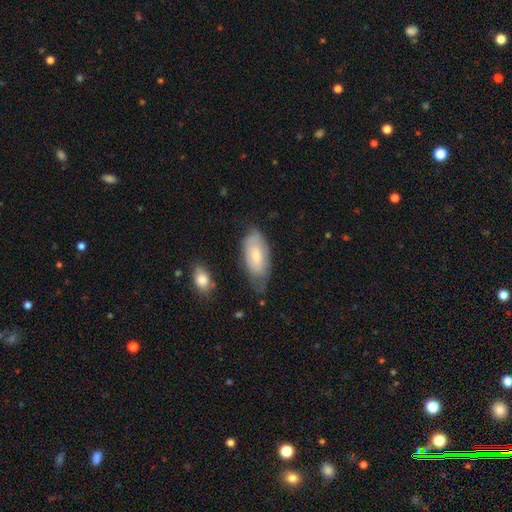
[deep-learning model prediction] Q: Smooth or featured?
A: smooth (64%); runner-up: featured or disk (29%)
Q: How rounded?
A: in between (89%); runner-up: cigar-shaped (9%)
Q: Merging?
A: none (53%); runner-up: minor disturbance (35%)